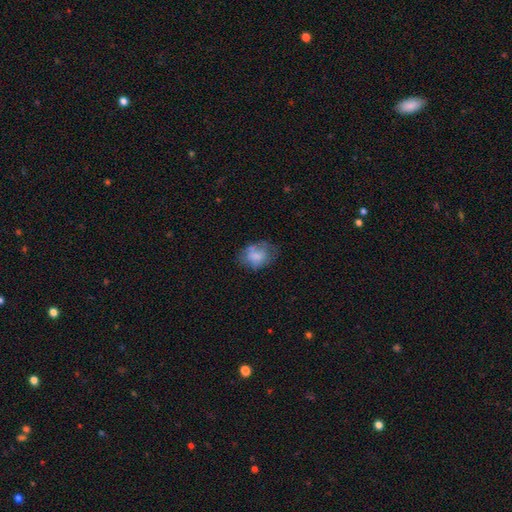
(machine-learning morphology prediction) A smooth galaxy with no disk features (71%) that is in between round and cigar-shaped (66%). Merging: none (52%).